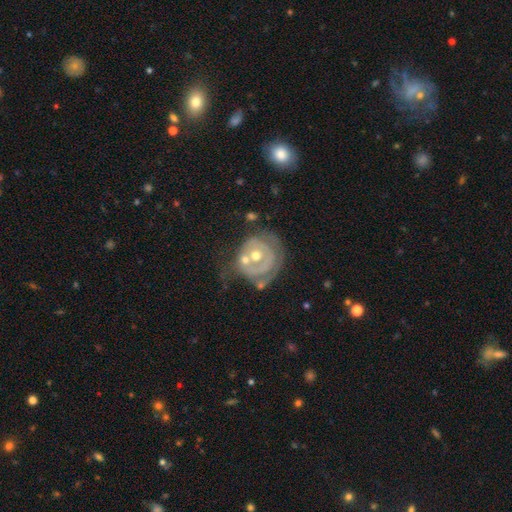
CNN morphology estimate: A featured or disk galaxy (70%) with no bar (81%), spiral arms (55%) and a moderate central bulge (62%).

Vote fractions:
- Smooth or featured? featured or disk: 70% / smooth: 23% / star or artifact: 7%
- Edge-on disk? no: 97% / yes: 3%
- Bar? no: 81% / weak: 15% / strong: 4%
- Spiral arms? yes: 55% / no: 45%
- Bulge size? moderate: 62% / small: 32% / large: 3% / none: 2% / dominant: 1%
- Merging? none: 37% / major disturbance: 21% / merger: 21% / minor disturbance: 21%